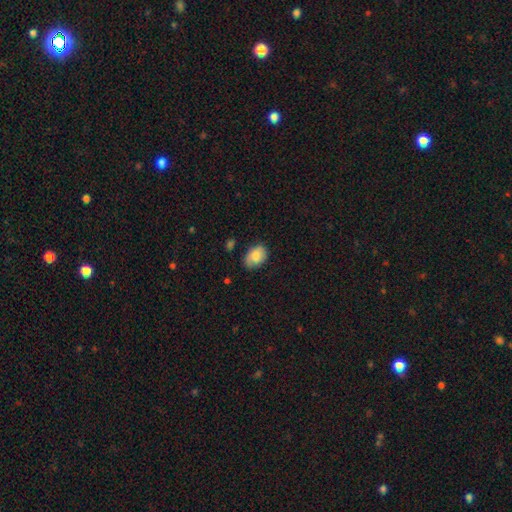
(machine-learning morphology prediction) Smooth or featured? smooth (80%)
How rounded? in between (80%)
Merging? none (69%)